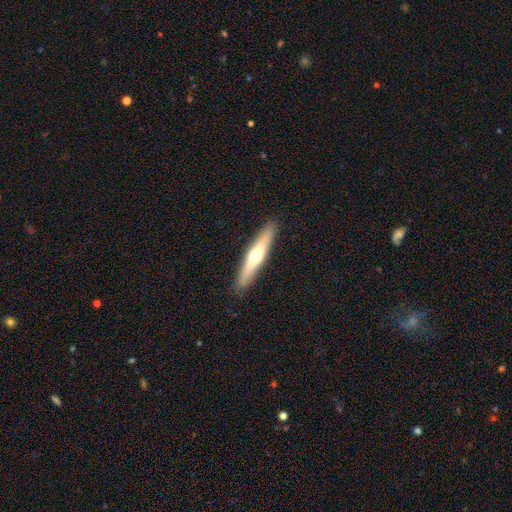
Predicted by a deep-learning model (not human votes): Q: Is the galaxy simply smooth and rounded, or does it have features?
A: featured or disk — 48%.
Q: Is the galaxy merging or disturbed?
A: none — 90%.